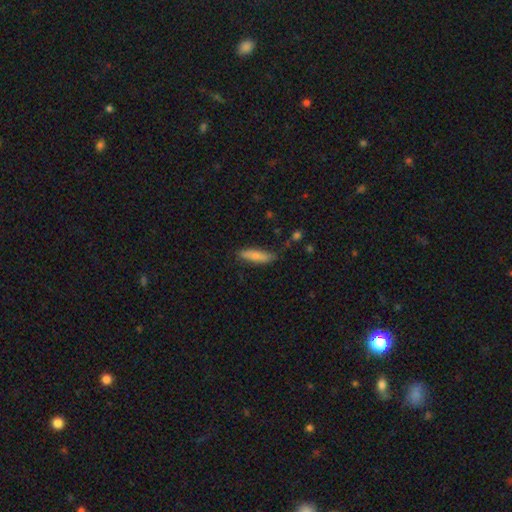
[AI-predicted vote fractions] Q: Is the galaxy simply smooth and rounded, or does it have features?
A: smooth — 75%.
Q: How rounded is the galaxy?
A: cigar-shaped — 68%.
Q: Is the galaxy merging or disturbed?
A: none — 76%.